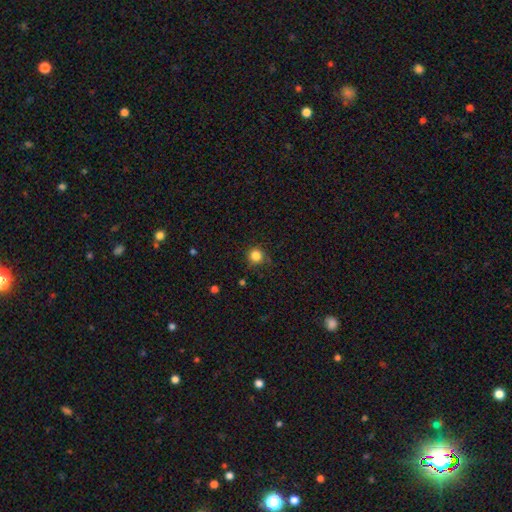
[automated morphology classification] Q: Smooth or featured?
A: smooth (84%); runner-up: star or artifact (12%)
Q: How rounded?
A: round (94%); runner-up: in between (5%)
Q: Merging?
A: none (85%); runner-up: minor disturbance (10%)